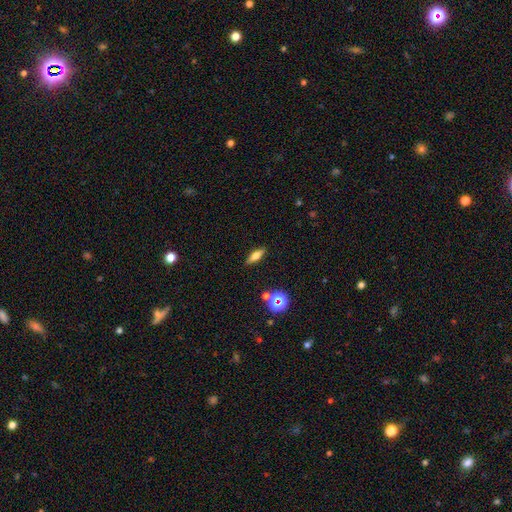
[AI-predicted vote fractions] Smooth or featured?
  - smooth: 57% *
  - featured or disk: 32%
  - star or artifact: 11%
How rounded?
  - in between: 51% *
  - cigar-shaped: 44%
  - round: 5%
Merging?
  - none: 88% *
  - minor disturbance: 8%
  - major disturbance: 2%
  - merger: 2%